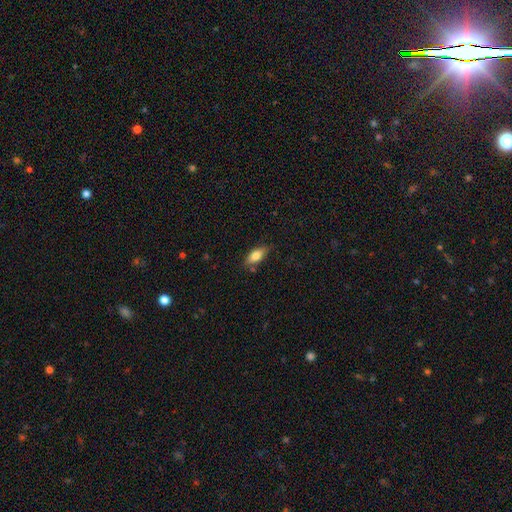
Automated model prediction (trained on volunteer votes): Overall: smooth (78%). How rounded: in between (84%). Merging: none (73%).